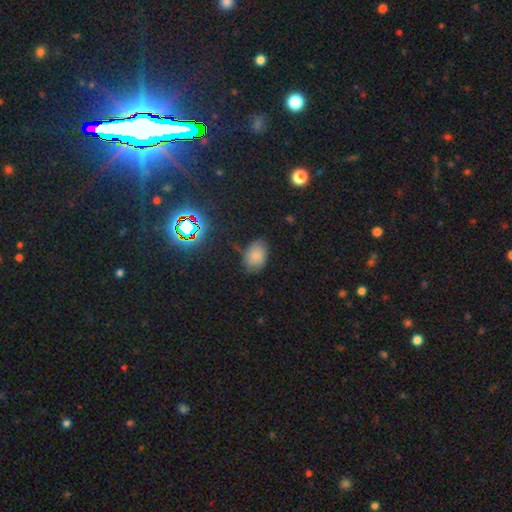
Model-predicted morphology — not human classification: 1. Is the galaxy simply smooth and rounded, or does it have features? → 74% smooth, 14% star or artifact, 12% featured or disk.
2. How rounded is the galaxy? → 81% in between, 18% round, 1% cigar-shaped.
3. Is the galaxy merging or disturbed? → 71% none, 22% minor disturbance, 5% major disturbance, 2% merger.